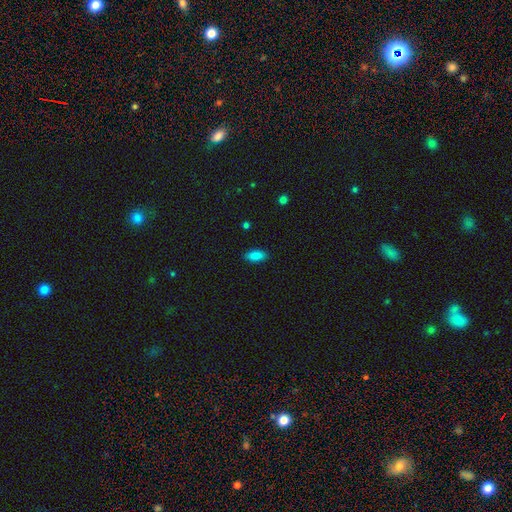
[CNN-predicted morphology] type=smooth (87%); roundness=in between (88%); merging=none (88%).